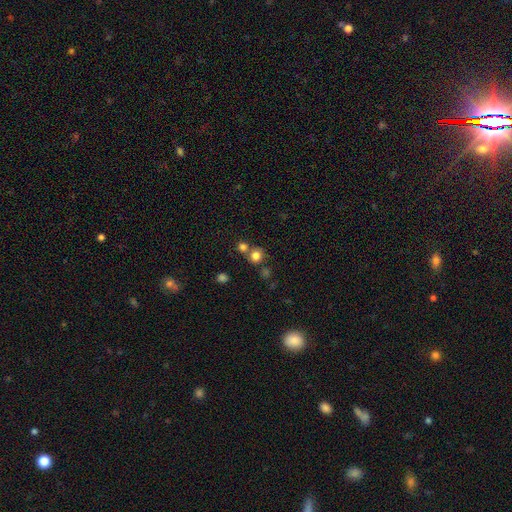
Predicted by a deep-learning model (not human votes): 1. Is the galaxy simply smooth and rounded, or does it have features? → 79% smooth, 14% star or artifact, 7% featured or disk.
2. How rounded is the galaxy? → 88% round, 11% in between, 1% cigar-shaped.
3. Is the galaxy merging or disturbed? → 61% none, 28% merger, 8% minor disturbance, 3% major disturbance.